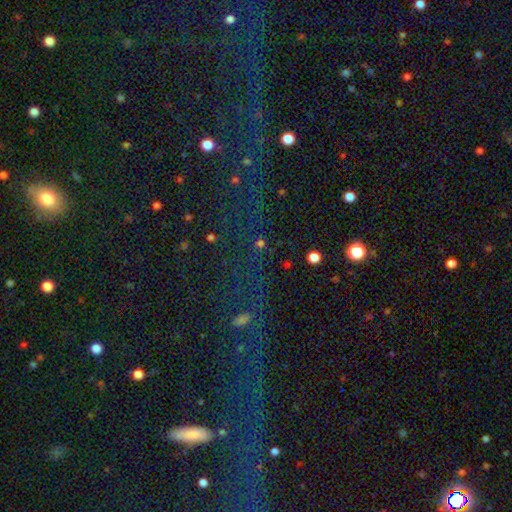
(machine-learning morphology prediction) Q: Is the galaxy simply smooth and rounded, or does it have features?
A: star or artifact — 72%.